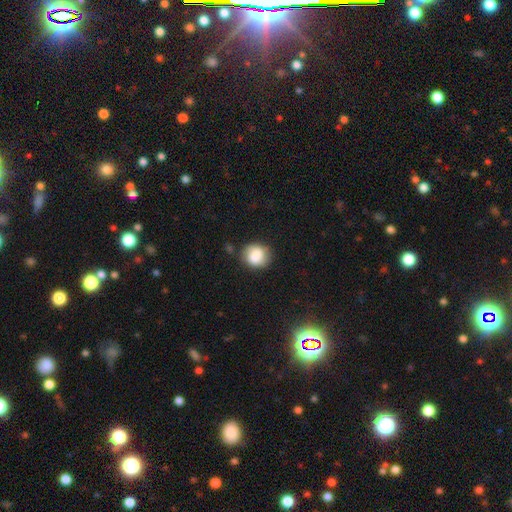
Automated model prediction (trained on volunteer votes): Smooth or featured?
  - smooth: 80% *
  - featured or disk: 12%
  - star or artifact: 8%
How rounded?
  - round: 70% *
  - in between: 29%
  - cigar-shaped: 1%
Merging?
  - none: 70% *
  - minor disturbance: 21%
  - major disturbance: 6%
  - merger: 4%